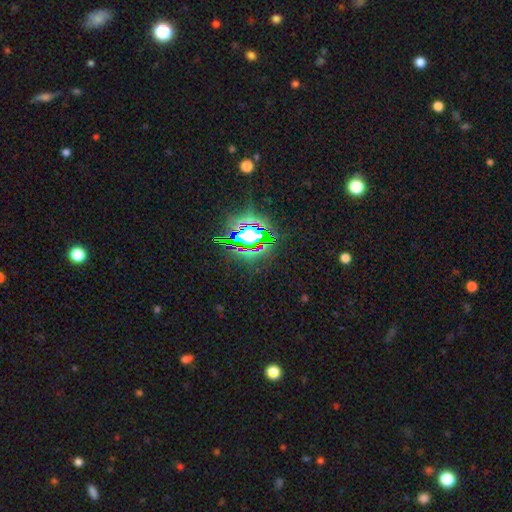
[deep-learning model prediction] A star or artifact, not a galaxy (84%).

Vote fractions:
- Smooth or featured? star or artifact: 84% / smooth: 9% / featured or disk: 7%